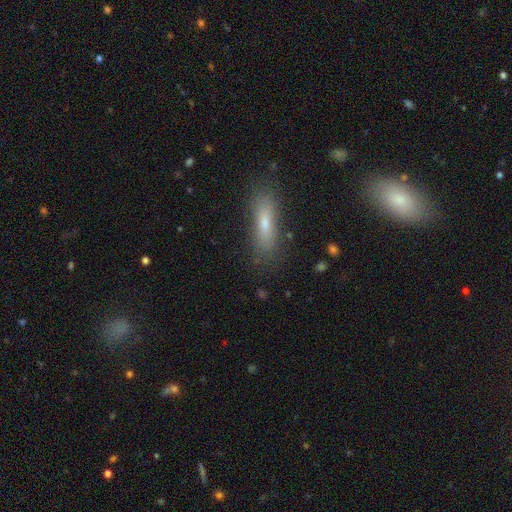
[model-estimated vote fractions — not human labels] This is possibly a smooth galaxy (52%). How rounded: likely cigar-shaped (61%). Merging: clearly none (81%).